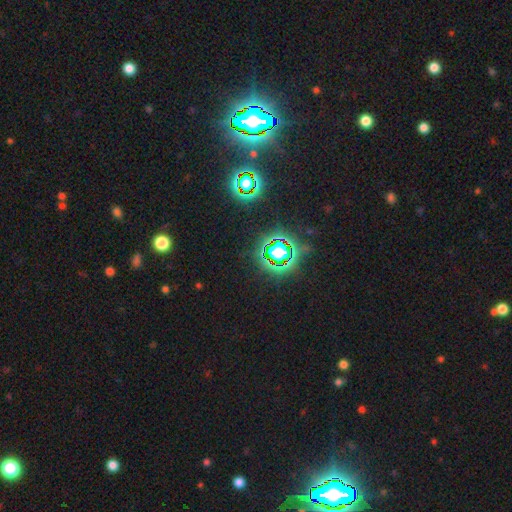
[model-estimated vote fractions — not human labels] star or artifact 84%, smooth 10%, featured or disk 6%.